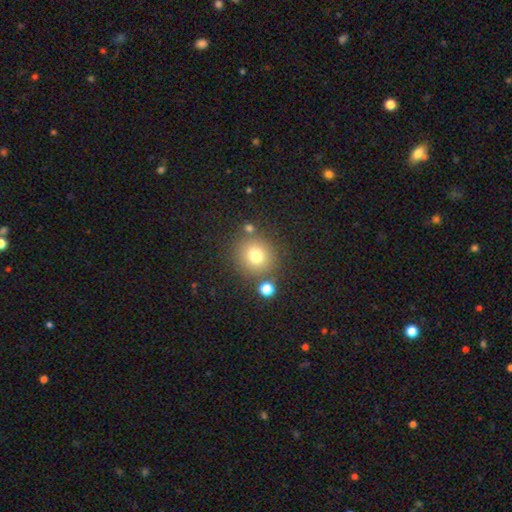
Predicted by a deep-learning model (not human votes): smooth_or_featured: smooth (p=0.76) [alt: star or artifact p=0.14]
how_rounded: round (p=0.88) [alt: in between p=0.11]
merging: none (p=0.78) [alt: minor disturbance p=0.10]